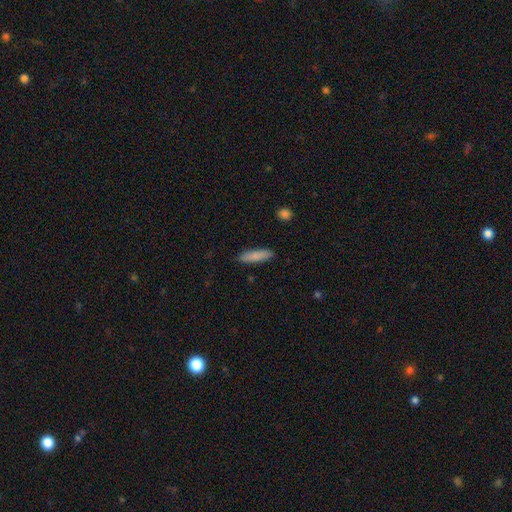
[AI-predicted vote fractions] smooth-or-featured: smooth: 86% | featured or disk: 8% | star or artifact: 6%
  how-rounded: cigar-shaped: 64% | in between: 34% | round: 2%
  merging: none: 89% | minor disturbance: 8% | major disturbance: 2% | merger: 1%